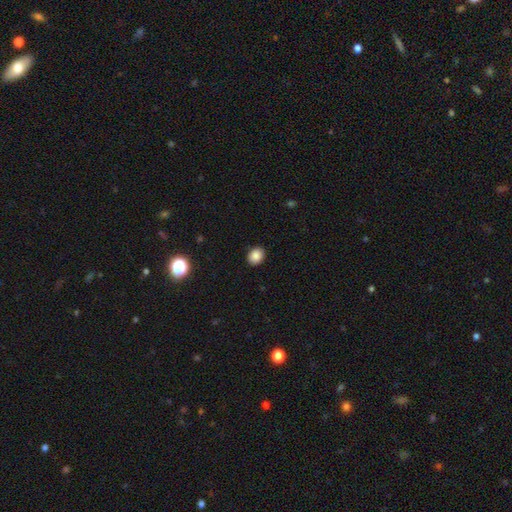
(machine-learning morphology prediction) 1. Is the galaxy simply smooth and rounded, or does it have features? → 86% smooth, 10% star or artifact, 4% featured or disk.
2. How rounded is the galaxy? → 51% round, 48% in between, 1% cigar-shaped.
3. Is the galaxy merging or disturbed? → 90% none, 7% minor disturbance, 2% major disturbance, 1% merger.